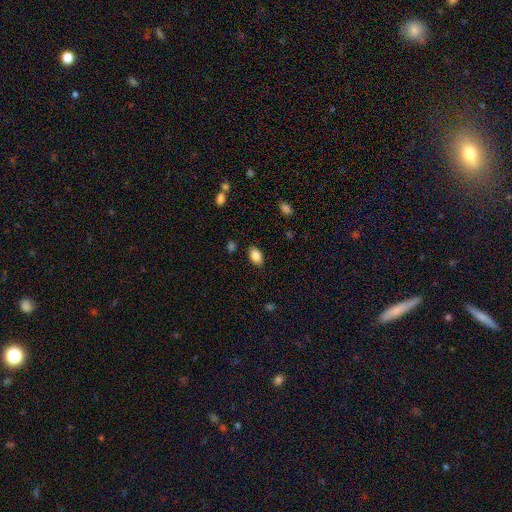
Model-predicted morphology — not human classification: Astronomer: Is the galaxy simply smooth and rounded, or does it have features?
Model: smooth — 86%.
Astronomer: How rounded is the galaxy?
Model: in between — 90%.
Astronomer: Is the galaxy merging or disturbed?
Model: none — 85%.